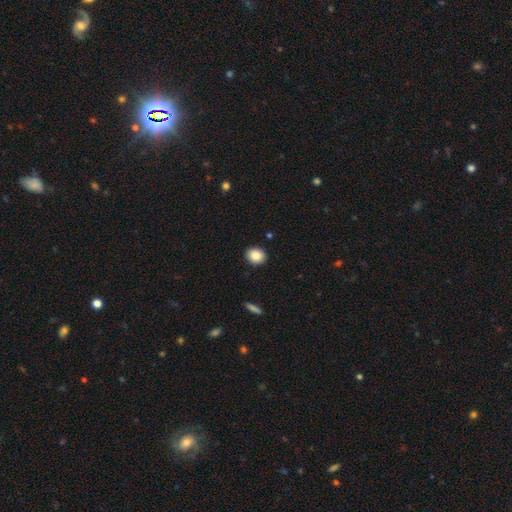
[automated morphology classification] Overall: smooth (86%). How rounded: round (64%; in between 35%). Merging: none (90%).